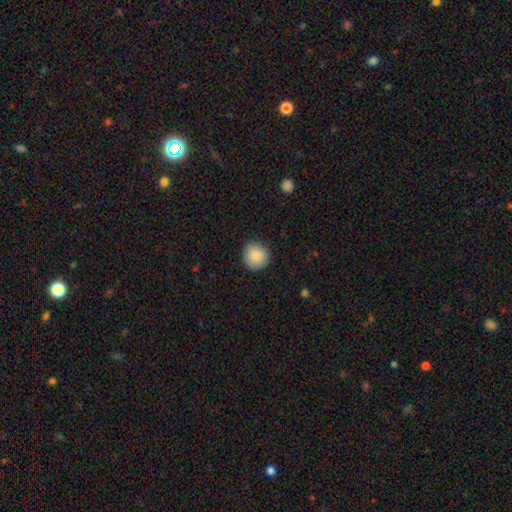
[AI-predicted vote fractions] The model was most divided on "smooth or featured": smooth: 87%, star or artifact: 7%, featured or disk: 5%. More confident: how rounded — round (91%); merging — none (90%).